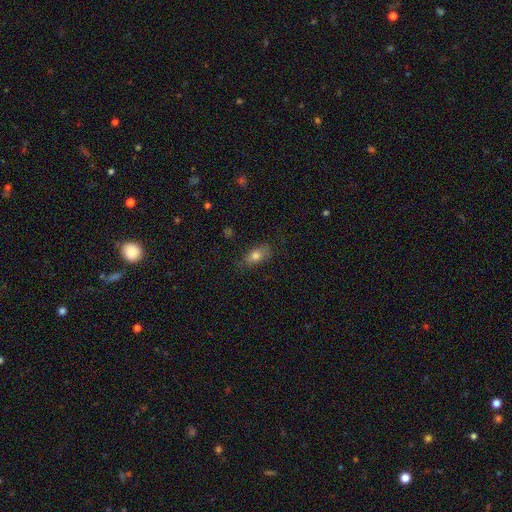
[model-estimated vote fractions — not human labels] The model was most divided on "merging": none: 75%, minor disturbance: 19%, major disturbance: 5%, merger: 1%. More confident: how rounded — in between (83%); smooth or featured — smooth (77%).